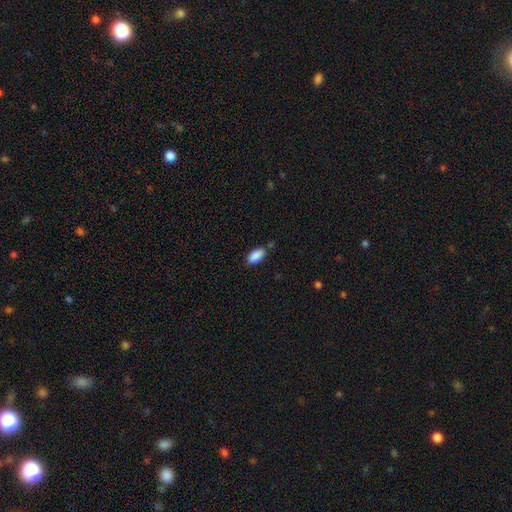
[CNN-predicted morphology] Q: Smooth or featured?
A: smooth (89%); runner-up: star or artifact (7%)
Q: How rounded?
A: in between (93%); runner-up: cigar-shaped (5%)
Q: Merging?
A: none (78%); runner-up: minor disturbance (15%)